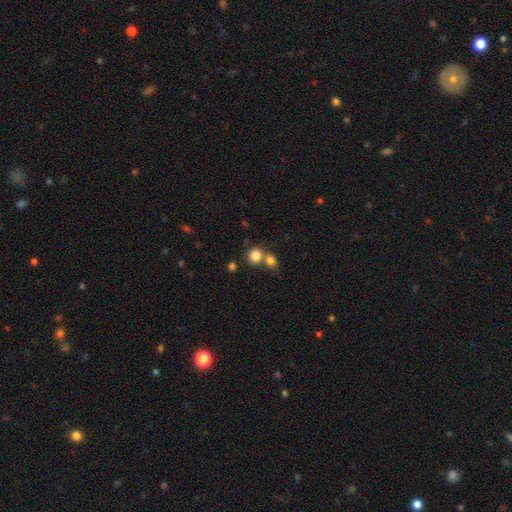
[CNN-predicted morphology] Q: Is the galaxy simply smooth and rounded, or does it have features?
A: smooth — 83%.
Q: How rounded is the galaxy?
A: round — 78%.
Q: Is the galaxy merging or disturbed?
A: none — 48%.